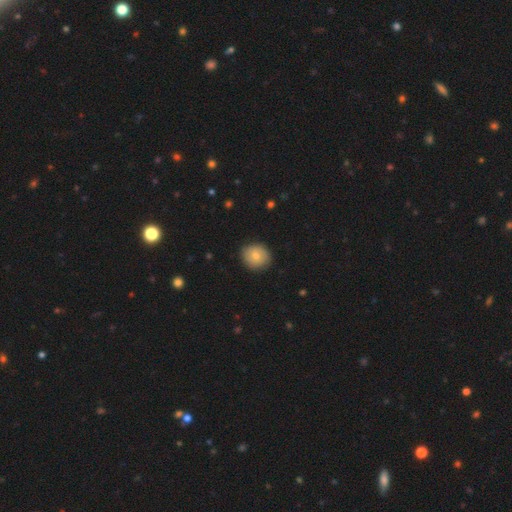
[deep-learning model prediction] A smooth galaxy with no disk features (78%) that is round (80%). Merging: none (87%).